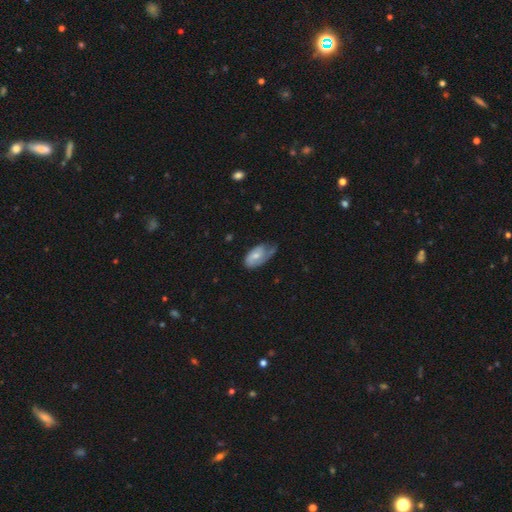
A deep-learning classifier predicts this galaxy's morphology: Smooth or featured: smooth — 51% (featured or disk — 43%)
How rounded: in between — 92% (round — 5%)
Merging: minor disturbance — 39% (none — 37%)